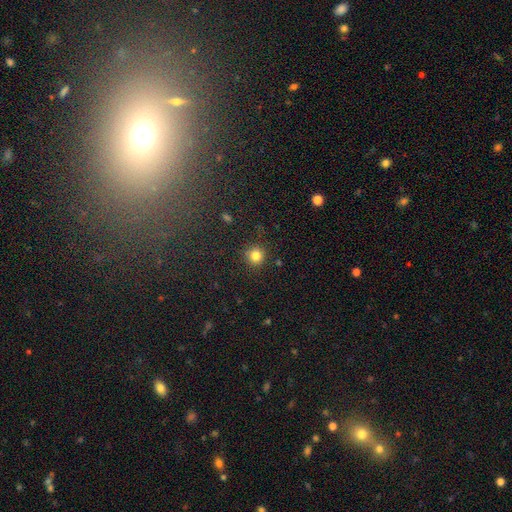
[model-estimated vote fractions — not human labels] Smooth or featured: smooth — 82% (star or artifact — 13%)
How rounded: round — 94% (in between — 6%)
Merging: none — 89% (minor disturbance — 7%)